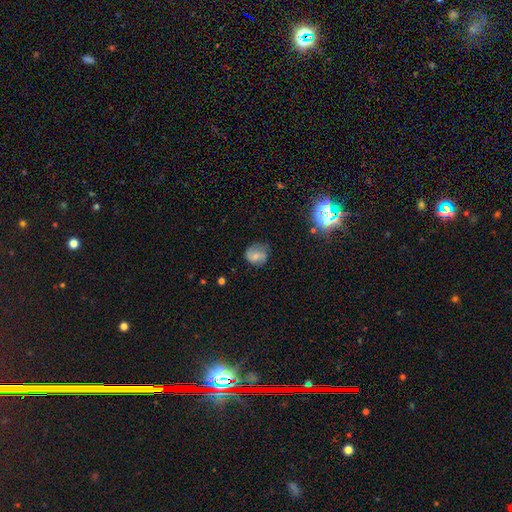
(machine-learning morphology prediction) A featured or disk galaxy (50%). Merging: none (65%).